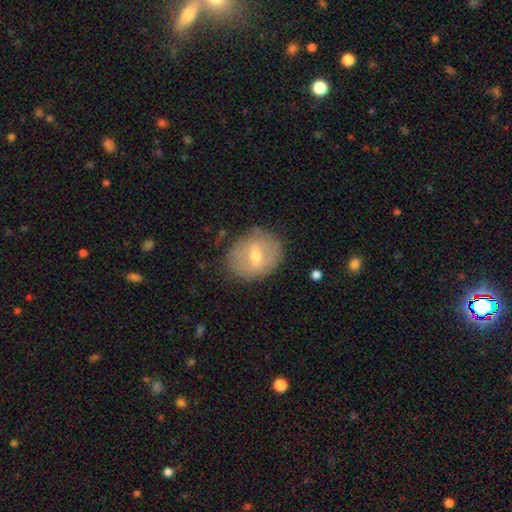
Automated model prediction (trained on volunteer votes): Smooth or featured: smooth — 48% (featured or disk — 44%)
Merging: none — 80% (minor disturbance — 14%)